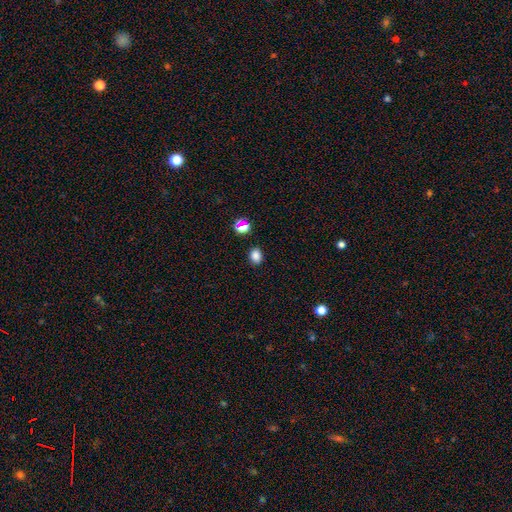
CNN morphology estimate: Overall: smooth (82%). How rounded: in between (57%; round 42%). Merging: none (86%).